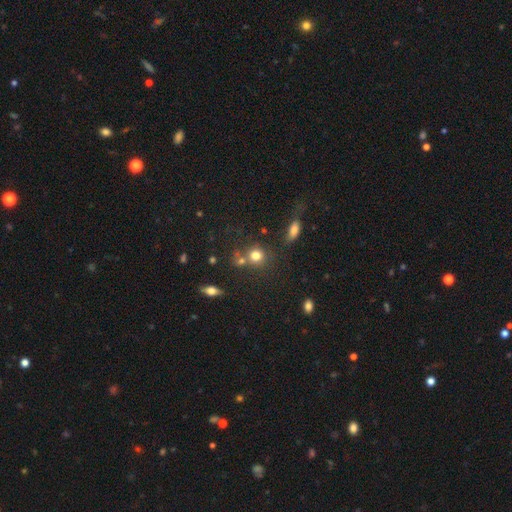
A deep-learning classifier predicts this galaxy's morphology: A smooth galaxy with no disk features (76%) that is round (83%).

Vote fractions:
- Smooth or featured? smooth: 76% / star or artifact: 14% / featured or disk: 10%
- How rounded? round: 83% / in between: 16% / cigar-shaped: 1%
- Merging? none: 61% / merger: 23% / minor disturbance: 11% / major disturbance: 5%